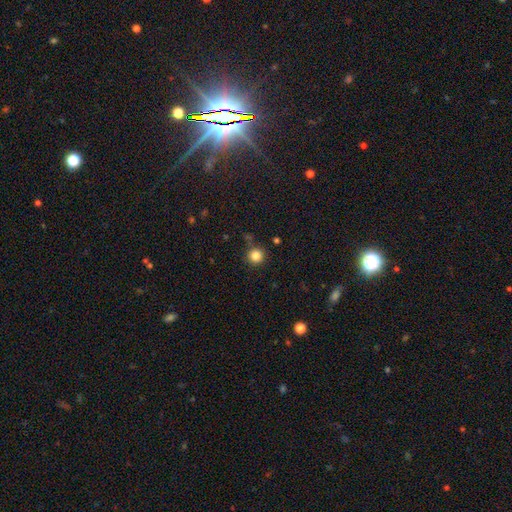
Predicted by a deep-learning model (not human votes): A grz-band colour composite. It shows a smooth galaxy with no disk features (84%) that is round (95%). Merging: none (85%).